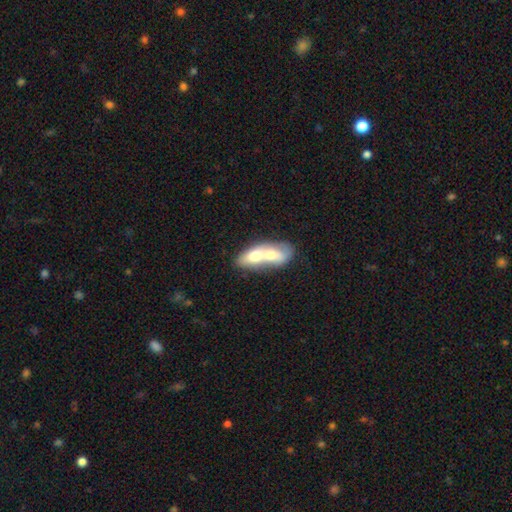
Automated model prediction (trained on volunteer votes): Q: Smooth or featured?
A: smooth (58%); runner-up: featured or disk (36%)
Q: How rounded?
A: in between (73%); runner-up: cigar-shaped (17%)
Q: Merging?
A: merger (80%); runner-up: none (11%)